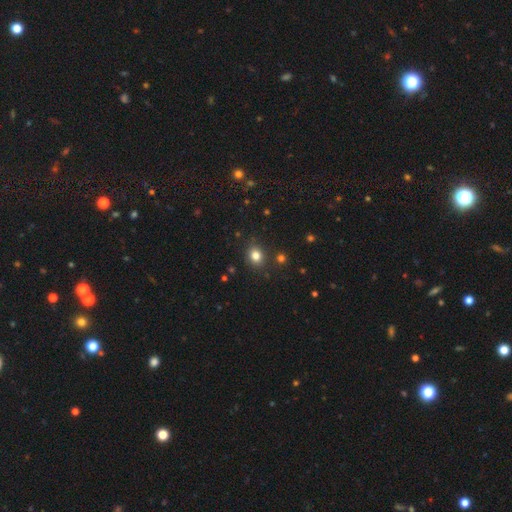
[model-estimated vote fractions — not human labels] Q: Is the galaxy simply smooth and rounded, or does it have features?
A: smooth — 80%.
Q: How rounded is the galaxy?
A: round — 69%.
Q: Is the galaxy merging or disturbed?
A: none — 85%.